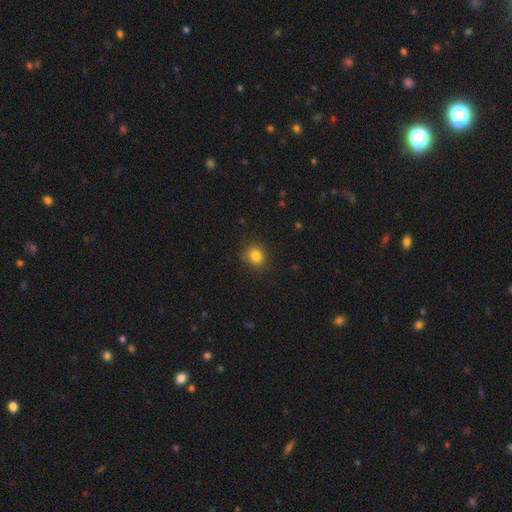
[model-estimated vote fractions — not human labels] This is clearly a smooth galaxy (83%). How rounded: likely round (72%). Merging: clearly none (85%).